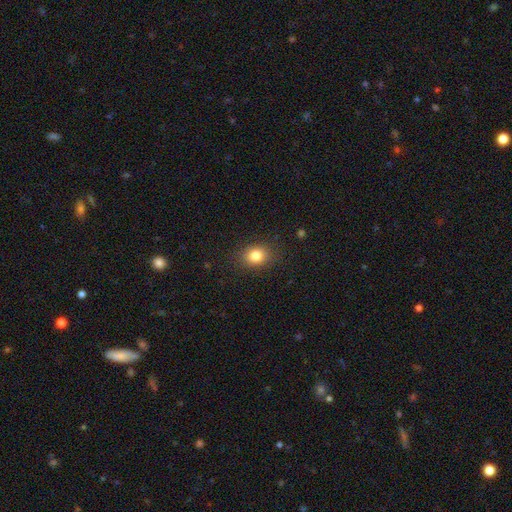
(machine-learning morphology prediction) A smooth galaxy with no disk features (82%) that is round (53%).

Vote fractions:
- Smooth or featured? smooth: 82% / star or artifact: 11% / featured or disk: 7%
- How rounded? round: 53% / in between: 46% / cigar-shaped: 1%
- Merging? none: 86% / minor disturbance: 10% / major disturbance: 3% / merger: 1%